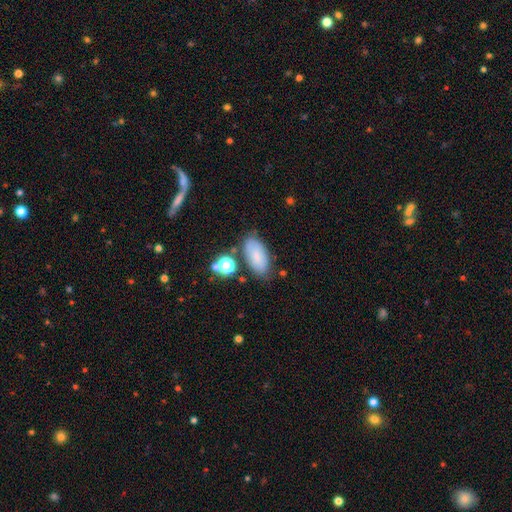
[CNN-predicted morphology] This appears to be a smooth galaxy with no disk features (75%) that is in between round and cigar-shaped (90%). Merging: none (71%).